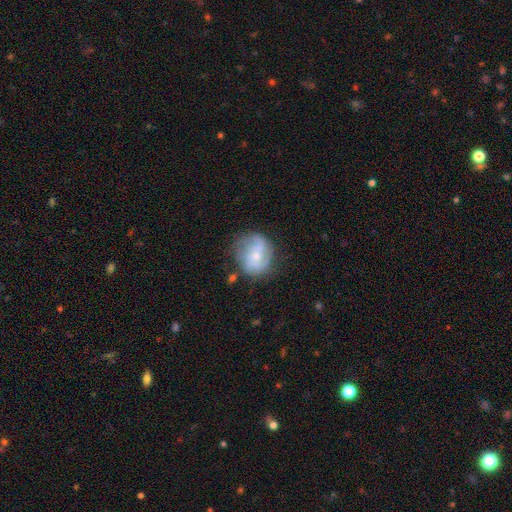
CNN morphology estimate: type=featured or disk (71%); edge-on=no (98%); bar=no (57%); spiral arms=yes (91%); winding=medium (45%); arm count=2 (47%); bulge=small (60%); merging=none (67%).